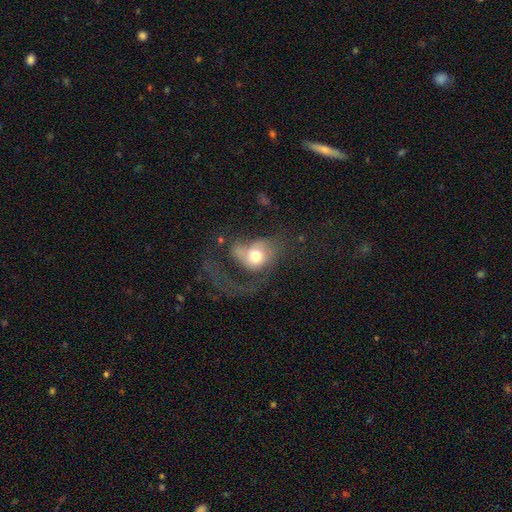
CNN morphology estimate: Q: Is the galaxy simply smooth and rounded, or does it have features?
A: smooth — 46%.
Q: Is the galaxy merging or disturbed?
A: major disturbance — 59%.